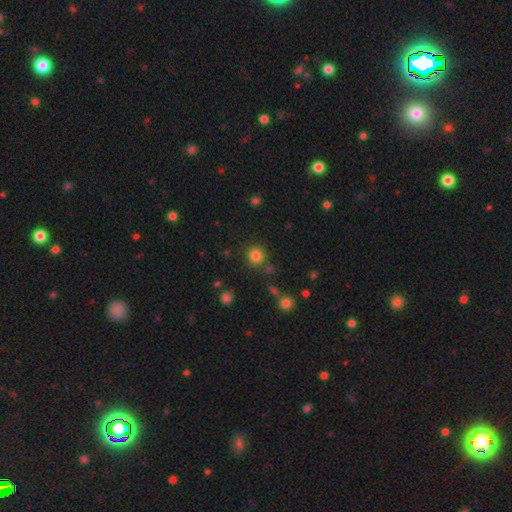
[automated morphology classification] smooth 82%, star or artifact 12%, featured or disk 6%. Down the decision tree: how rounded — round (92%); merging — none (82%).